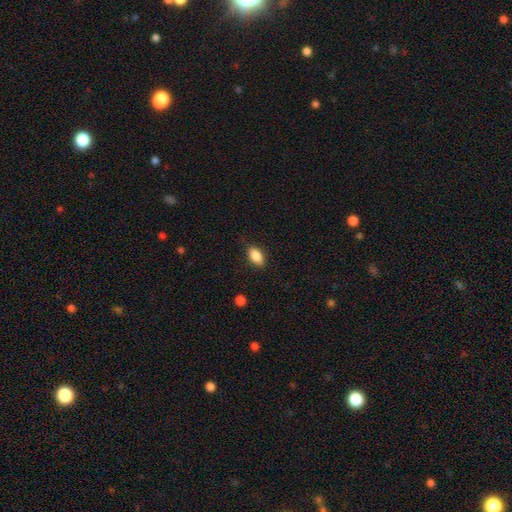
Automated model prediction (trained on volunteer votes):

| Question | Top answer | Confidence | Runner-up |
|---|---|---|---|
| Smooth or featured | smooth | 88% | star or artifact (8%) |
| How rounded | in between | 90% | round (6%) |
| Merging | none | 85% | minor disturbance (11%) |